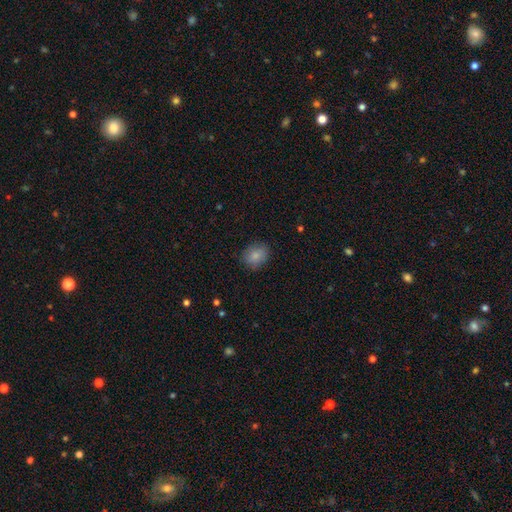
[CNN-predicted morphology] A smooth galaxy with no disk features (85%) that is in between round and cigar-shaped (53%).

Vote fractions:
- Smooth or featured? smooth: 85% / star or artifact: 8% / featured or disk: 7%
- How rounded? in between: 53% / round: 46% / cigar-shaped: 1%
- Merging? none: 83% / minor disturbance: 13% / major disturbance: 3% / merger: 1%